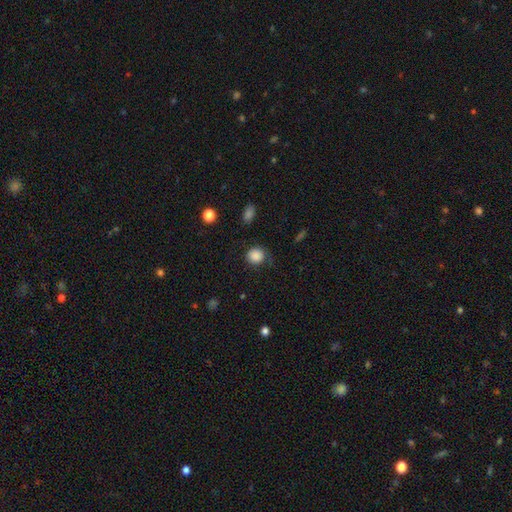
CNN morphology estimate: Smooth or featured? smooth (86%)
How rounded? round (86%)
Merging? none (73%)